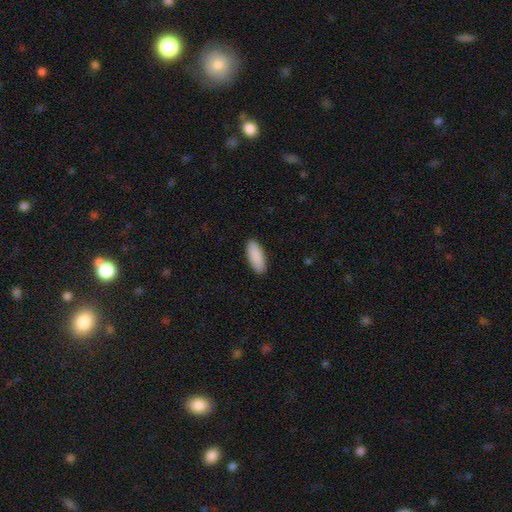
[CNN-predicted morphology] Overall: smooth (91%). How rounded: in between (79%). Merging: none (90%).